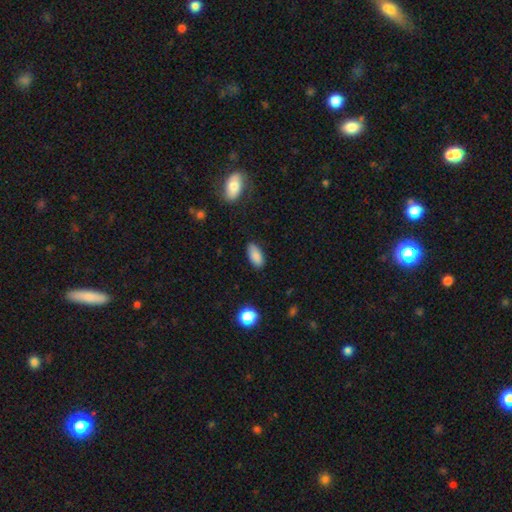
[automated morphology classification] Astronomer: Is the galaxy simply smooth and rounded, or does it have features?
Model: smooth — 87%.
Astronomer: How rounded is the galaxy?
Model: in between — 88%.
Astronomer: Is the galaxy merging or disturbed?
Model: none — 83%.